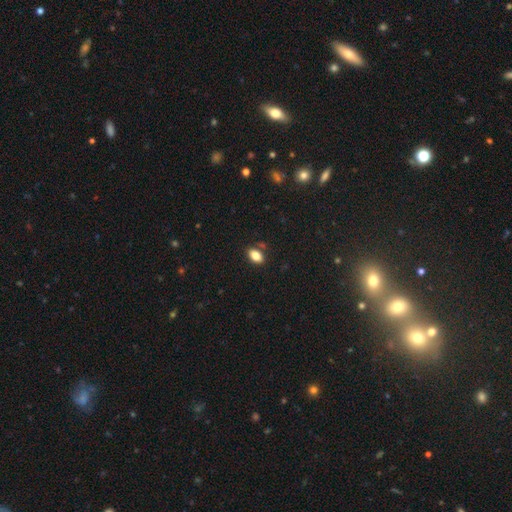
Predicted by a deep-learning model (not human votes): Smooth or featured? Predicted: smooth (p=0.82). How rounded? Predicted: in between (p=0.88). Merging? Predicted: none (p=0.83).